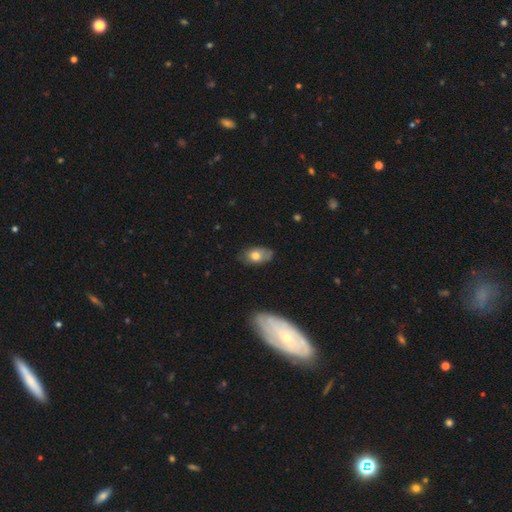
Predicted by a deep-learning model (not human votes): Smooth or featured: smooth — 67% (featured or disk — 25%)
How rounded: in between — 88% (round — 9%)
Merging: none — 68% (minor disturbance — 25%)